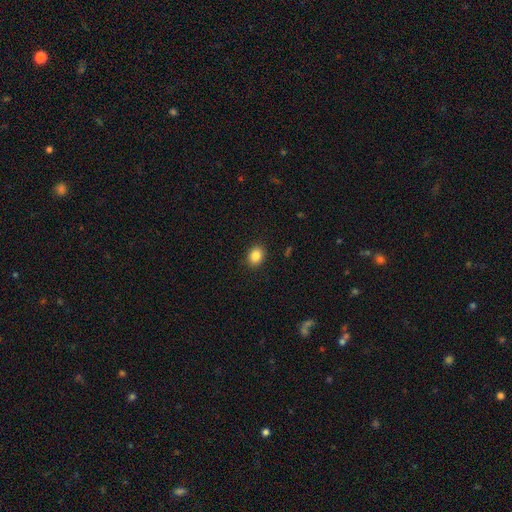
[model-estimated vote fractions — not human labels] The model was most divided on "how rounded": in between: 56%, round: 43%, cigar-shaped: 1%. More confident: merging — none (90%); smooth or featured — smooth (86%).